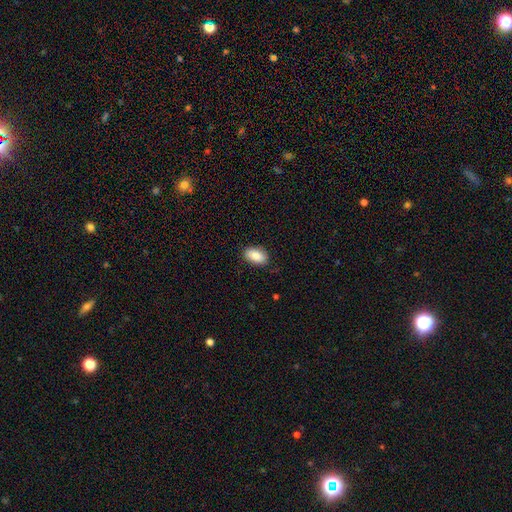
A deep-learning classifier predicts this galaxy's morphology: A smooth galaxy with no disk features (88%) that is in between round and cigar-shaped (93%).

Vote fractions:
- Smooth or featured? smooth: 88% / star or artifact: 7% / featured or disk: 6%
- How rounded? in between: 93% / round: 5% / cigar-shaped: 2%
- Merging? none: 84% / minor disturbance: 13% / major disturbance: 2% / merger: 1%